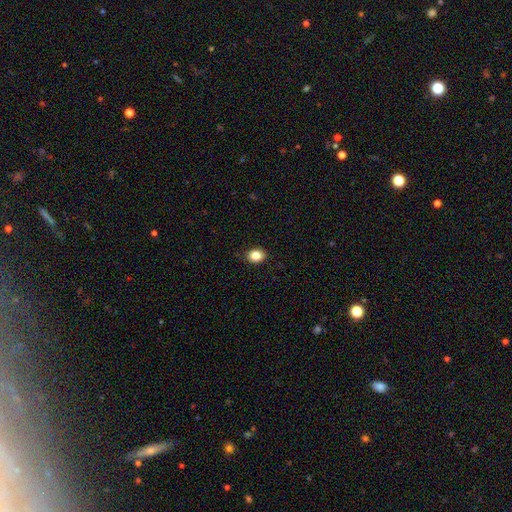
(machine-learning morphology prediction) type=smooth (85%); roundness=in between (57%); merging=none (88%).